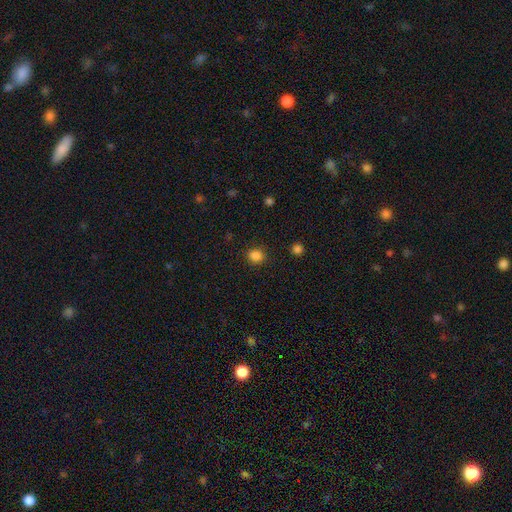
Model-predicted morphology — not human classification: smooth 85%, star or artifact 12%, featured or disk 3%. Down the decision tree: how rounded — round (79%); merging — none (89%).